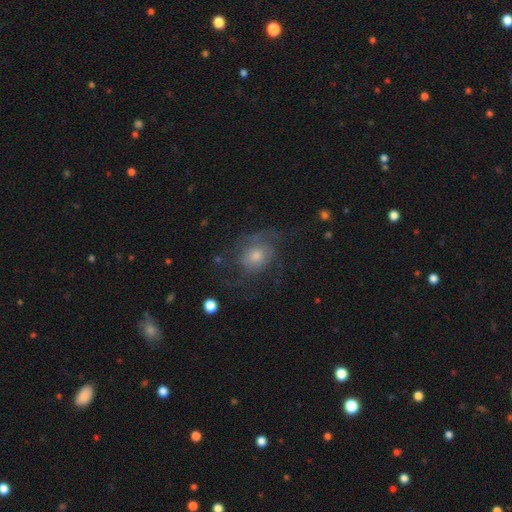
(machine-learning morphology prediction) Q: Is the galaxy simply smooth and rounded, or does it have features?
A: featured or disk — 65%.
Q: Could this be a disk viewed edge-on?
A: no — 97%.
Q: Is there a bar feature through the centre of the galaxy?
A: no — 77%.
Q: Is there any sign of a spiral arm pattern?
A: yes — 84%.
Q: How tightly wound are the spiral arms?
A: medium — 43%.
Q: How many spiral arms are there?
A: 2 — 40%.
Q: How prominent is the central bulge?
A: moderate — 50%.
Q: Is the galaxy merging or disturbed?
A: none — 58%.